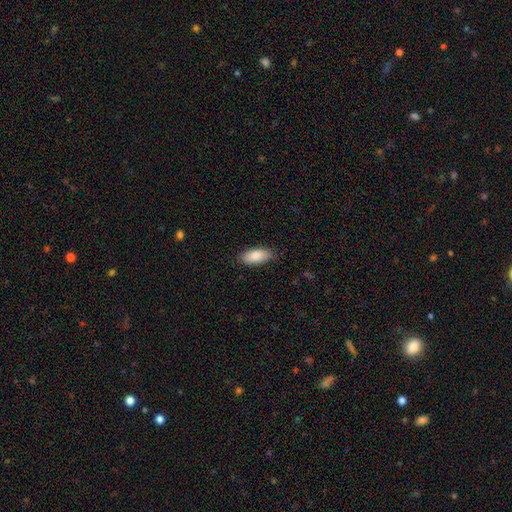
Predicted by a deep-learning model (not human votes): This appears to be a smooth galaxy with no disk features (87%) that is in between round and cigar-shaped (86%). Merging: none (81%).